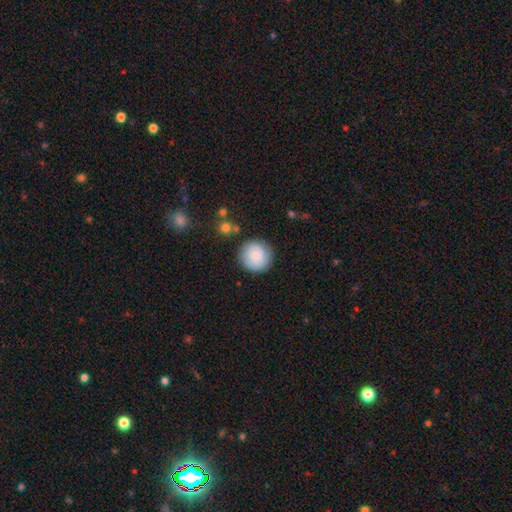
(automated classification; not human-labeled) The model was most divided on "smooth or featured": smooth: 80%, featured or disk: 13%, star or artifact: 7%. More confident: how rounded — round (94%); merging — none (83%).